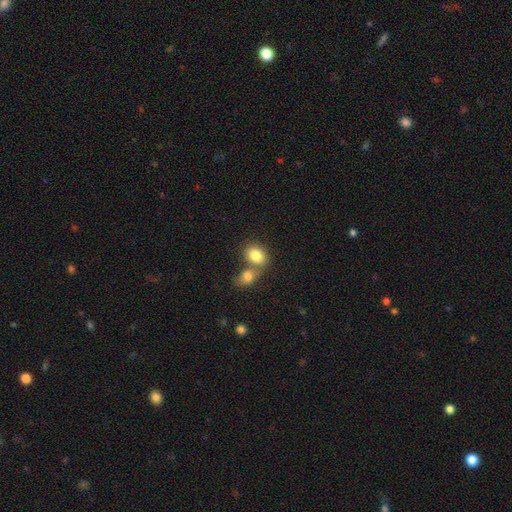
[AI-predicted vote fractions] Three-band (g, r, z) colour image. It shows a smooth galaxy with no disk features (83%) that is in between round and cigar-shaped (64%). Merging: merger (48%).